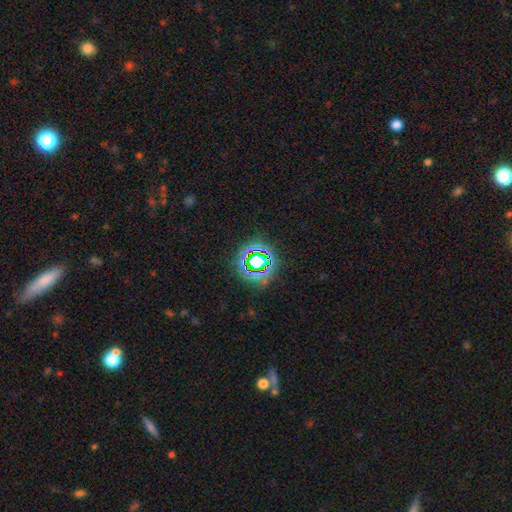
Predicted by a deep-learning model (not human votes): star or artifact 70%, smooth 19%, featured or disk 11%.